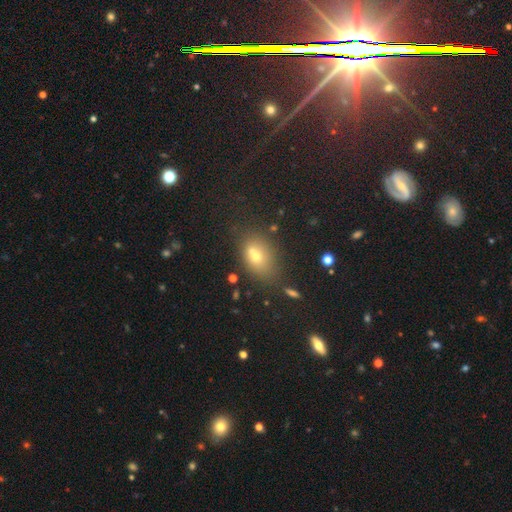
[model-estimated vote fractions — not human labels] Q: Smooth or featured?
A: smooth (64%); runner-up: star or artifact (19%)
Q: How rounded?
A: in between (71%); runner-up: round (27%)
Q: Merging?
A: none (55%); runner-up: merger (22%)